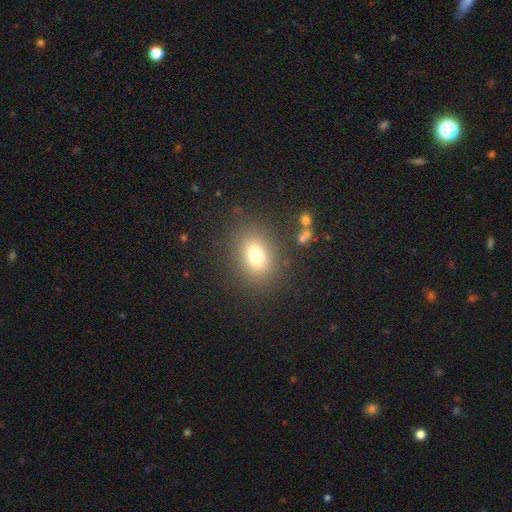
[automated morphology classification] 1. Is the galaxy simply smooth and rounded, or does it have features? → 76% smooth, 14% star or artifact, 11% featured or disk.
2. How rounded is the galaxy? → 62% in between, 36% round, 1% cigar-shaped.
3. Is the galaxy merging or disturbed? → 84% none, 9% minor disturbance, 5% major disturbance, 2% merger.